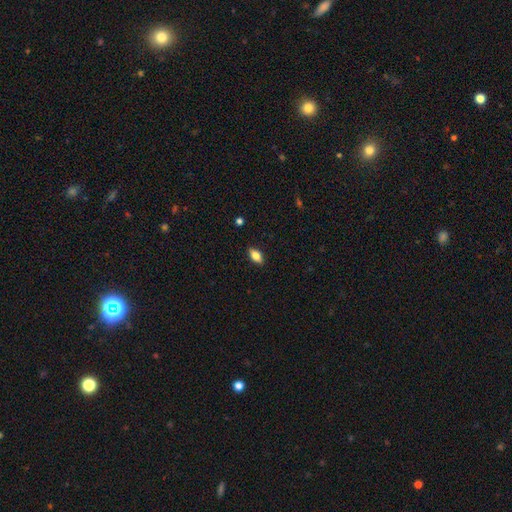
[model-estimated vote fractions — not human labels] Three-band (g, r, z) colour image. It shows a smooth galaxy with no disk features (77%) that is in between round and cigar-shaped (88%). Merging: none (88%).